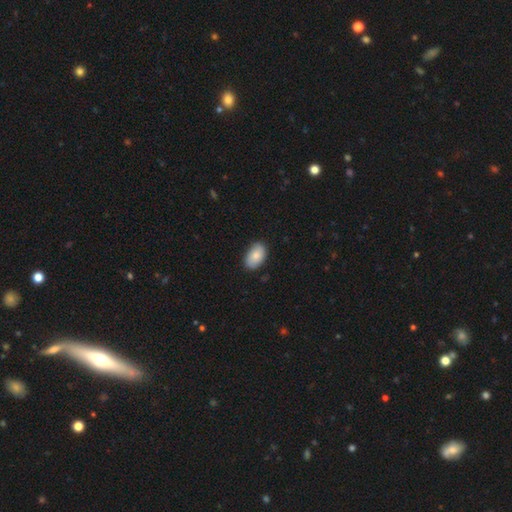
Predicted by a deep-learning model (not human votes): Morphology: type=smooth (83%); roundness=in between (92%); merging=none (83%).